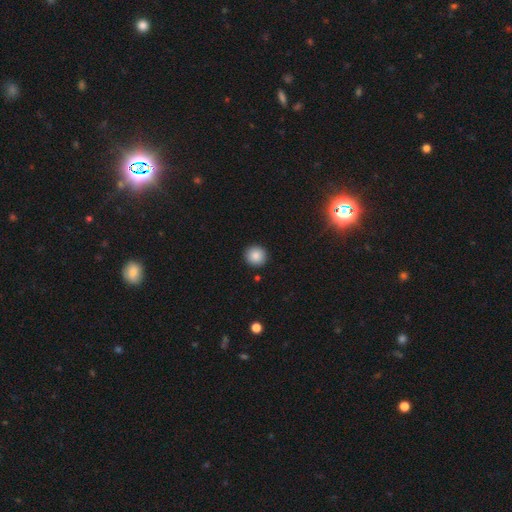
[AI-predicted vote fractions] This appears to be a smooth galaxy with no disk features (87%) that is round (94%). Merging: none (92%).